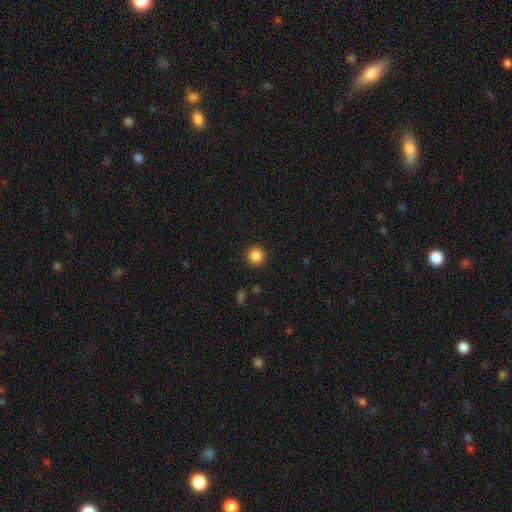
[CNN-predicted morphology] smooth 86%, star or artifact 11%, featured or disk 3%. Down the decision tree: how rounded — round (95%); merging — none (92%).